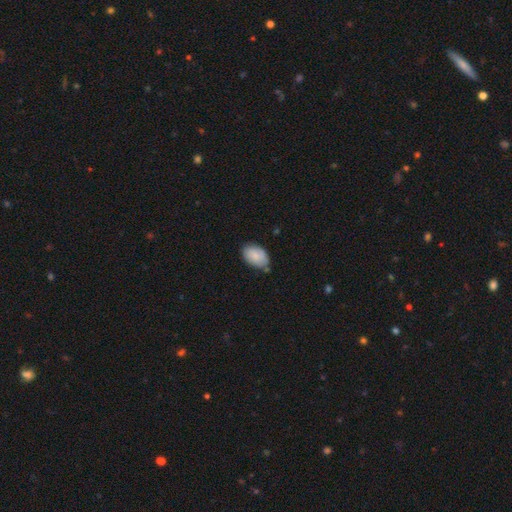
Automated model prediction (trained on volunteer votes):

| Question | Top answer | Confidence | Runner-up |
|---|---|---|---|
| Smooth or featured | smooth | 84% | featured or disk (10%) |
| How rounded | in between | 91% | round (7%) |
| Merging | none | 68% | minor disturbance (23%) |